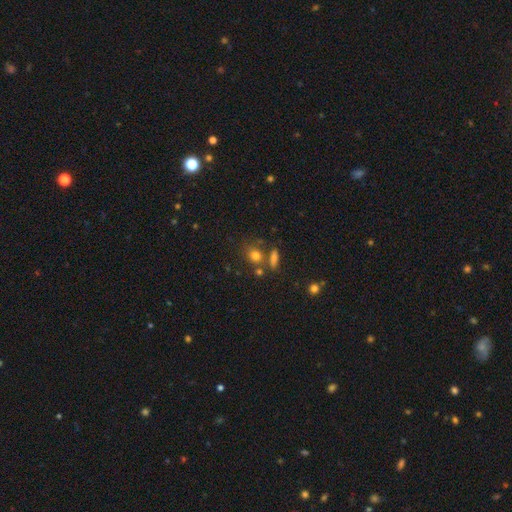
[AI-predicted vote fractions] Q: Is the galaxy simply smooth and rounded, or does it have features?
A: smooth — 76%.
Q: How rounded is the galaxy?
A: round — 57%.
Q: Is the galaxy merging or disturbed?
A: none — 61%.